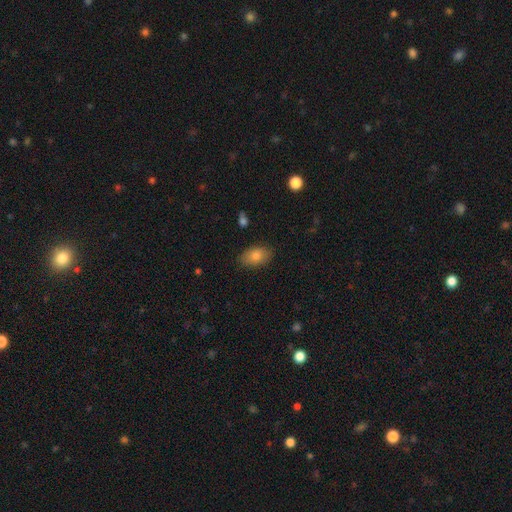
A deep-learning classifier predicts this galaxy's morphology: This is clearly a smooth galaxy (81%). How rounded: clearly in between (88%). Merging: clearly none (85%).